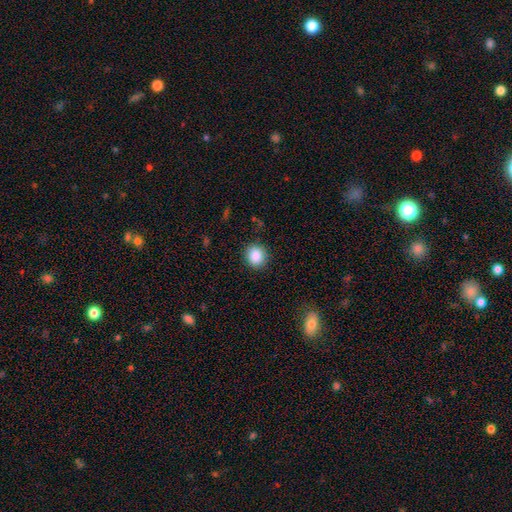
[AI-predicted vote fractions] Smooth or featured: smooth — 87% (star or artifact — 9%)
How rounded: round — 76% (in between — 23%)
Merging: none — 88% (minor disturbance — 8%)